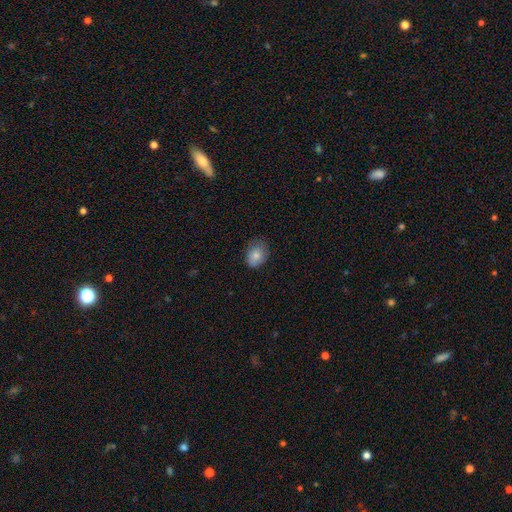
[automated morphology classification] Smooth or featured? smooth (80%)
How rounded? in between (60%)
Merging? none (70%)